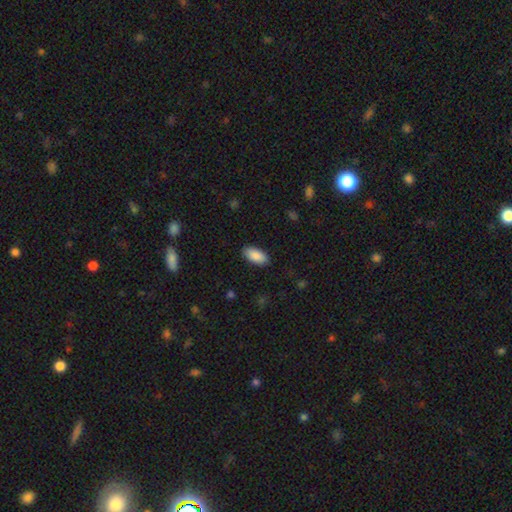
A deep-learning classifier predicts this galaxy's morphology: smooth-or-featured: smooth: 90% | star or artifact: 6% | featured or disk: 4%
  how-rounded: in between: 94% | cigar-shaped: 4% | round: 2%
  merging: none: 88% | minor disturbance: 9% | major disturbance: 2% | merger: 1%